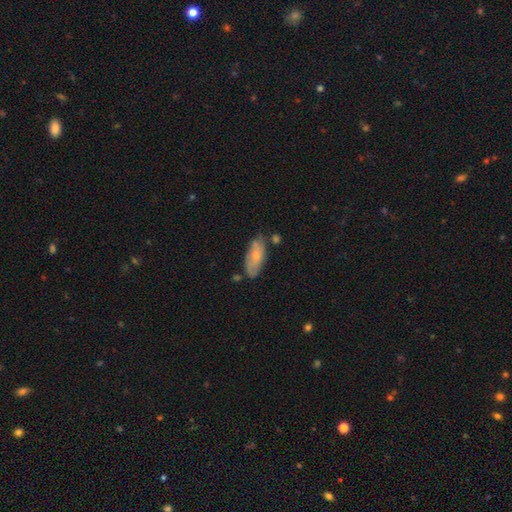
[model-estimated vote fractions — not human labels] This appears to be a smooth galaxy with no disk features (69%) that is in between round and cigar-shaped (81%). Merging: none (63%).